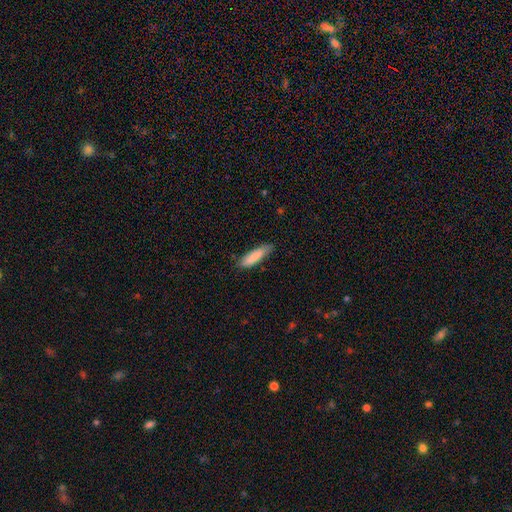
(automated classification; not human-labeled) The model was most divided on "how rounded": cigar-shaped: 70%, in between: 28%, round: 1%. More confident: smooth or featured — smooth (85%); merging — none (75%).